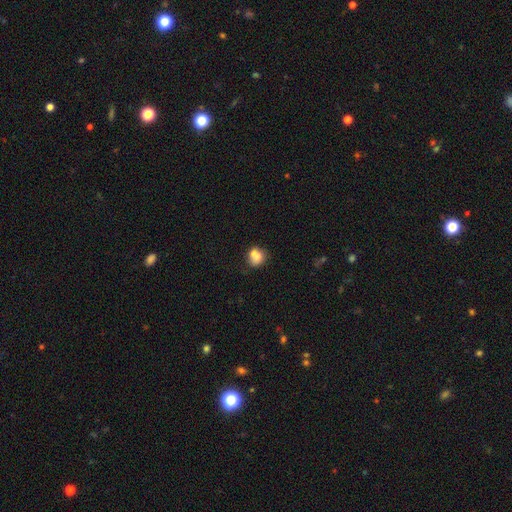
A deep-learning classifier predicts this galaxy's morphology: smooth-or-featured: smooth: 72% | featured or disk: 18% | star or artifact: 10%
  how-rounded: round: 66% | in between: 32% | cigar-shaped: 1%
  merging: merger: 41% | none: 39% | minor disturbance: 14% | major disturbance: 6%